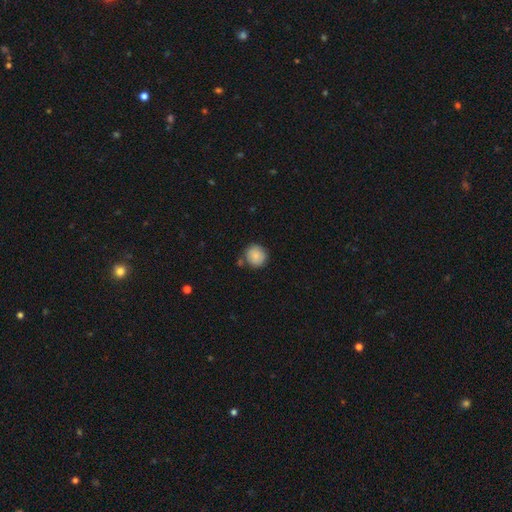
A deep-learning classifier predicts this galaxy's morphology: Overall: smooth (87%). How rounded: round (91%). Merging: none (78%).